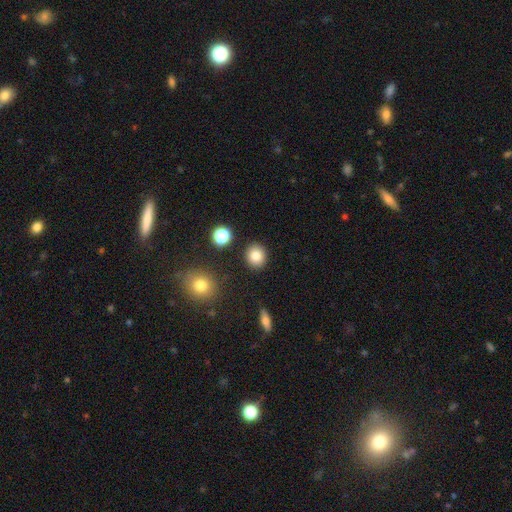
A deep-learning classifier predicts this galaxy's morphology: Smooth or featured: smooth — 83% (star or artifact — 11%)
How rounded: round — 80% (in between — 18%)
Merging: none — 89% (minor disturbance — 7%)